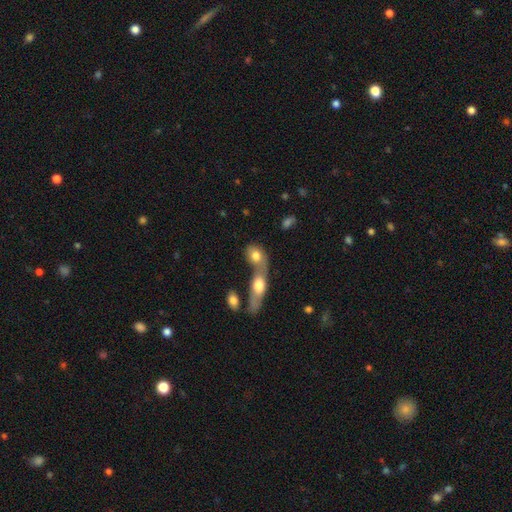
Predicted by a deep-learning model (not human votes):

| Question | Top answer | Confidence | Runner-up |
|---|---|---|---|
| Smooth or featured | smooth | 74% | featured or disk (19%) |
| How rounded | in between | 66% | round (27%) |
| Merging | merger | 58% | none (28%) |